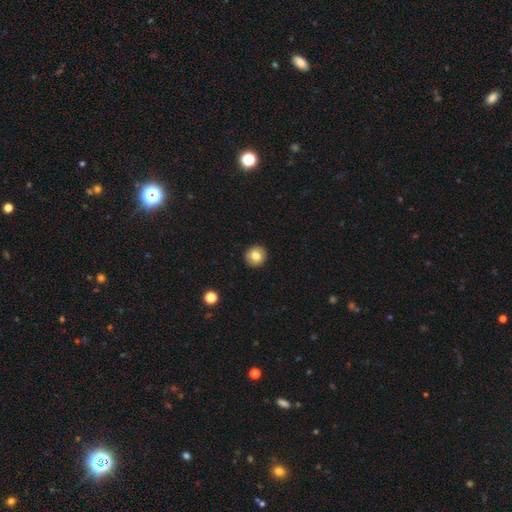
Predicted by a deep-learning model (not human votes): Morphology: type=smooth (82%); roundness=round (92%); merging=none (92%).